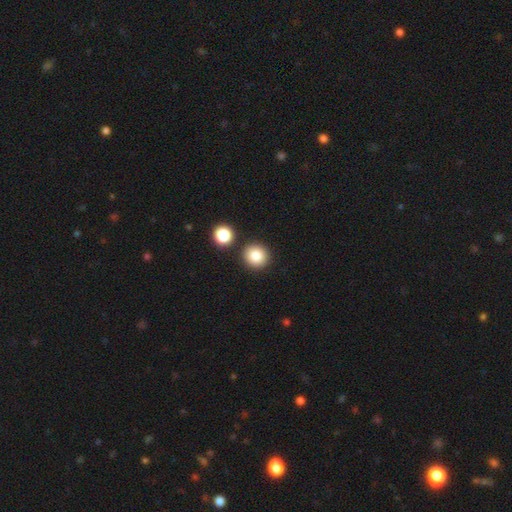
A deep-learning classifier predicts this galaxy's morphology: A smooth galaxy with no disk features (85%) that is round (92%).

Vote fractions:
- Smooth or featured? smooth: 85% / star or artifact: 10% / featured or disk: 5%
- How rounded? round: 92% / in between: 7% / cigar-shaped: 1%
- Merging? none: 86% / minor disturbance: 6% / merger: 6% / major disturbance: 2%